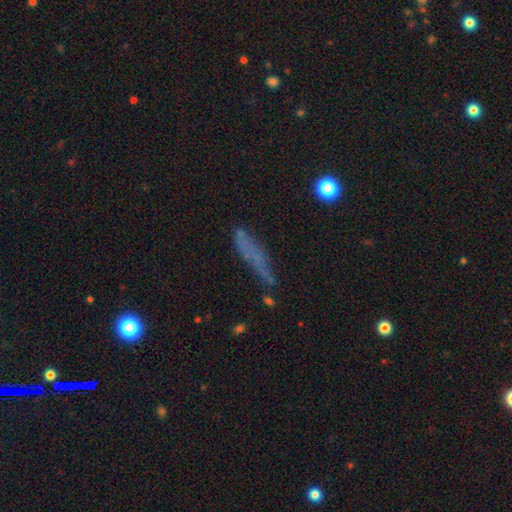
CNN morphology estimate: smooth-or-featured: smooth: 53% | featured or disk: 31% | star or artifact: 16%
  how-rounded: cigar-shaped: 82% | in between: 15% | round: 3%
  merging: none: 59% | minor disturbance: 23% | major disturbance: 12% | merger: 6%